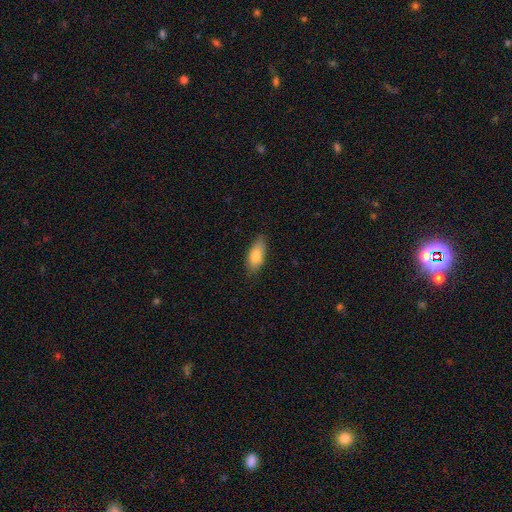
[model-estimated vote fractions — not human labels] A smooth galaxy with no disk features (78%) that is in between round and cigar-shaped (81%).

Vote fractions:
- Smooth or featured? smooth: 78% / featured or disk: 16% / star or artifact: 7%
- How rounded? in between: 81% / cigar-shaped: 16% / round: 3%
- Merging? none: 81% / minor disturbance: 16% / major disturbance: 3% / merger: 1%